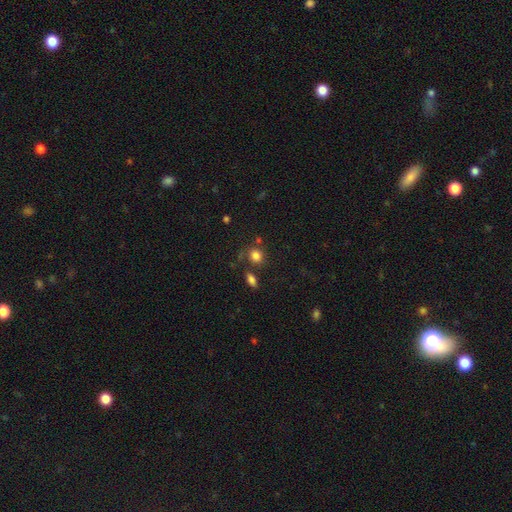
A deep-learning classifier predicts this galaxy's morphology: Smooth or featured? Predicted: smooth (p=0.81). How rounded? Predicted: round (p=0.71). Merging? Predicted: none (p=0.66).